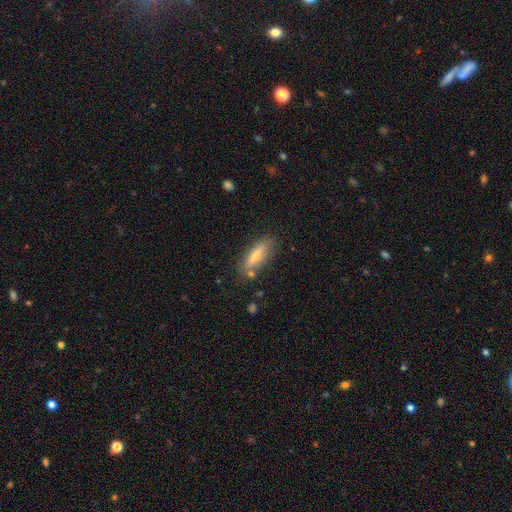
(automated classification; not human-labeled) smooth_or_featured: smooth (p=0.65) [alt: featured or disk p=0.27]
how_rounded: cigar-shaped (p=0.56) [alt: in between p=0.42]
merging: none (p=0.79) [alt: minor disturbance p=0.14]